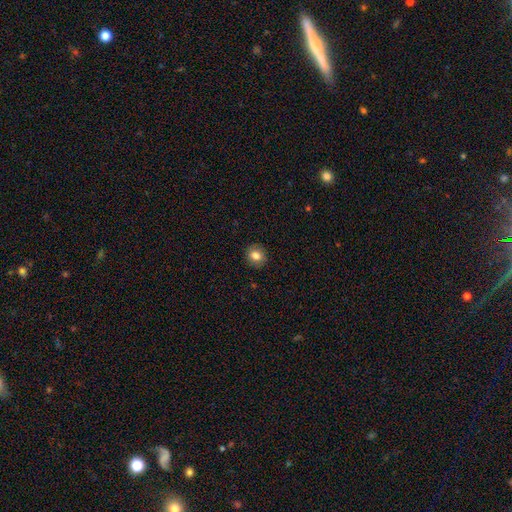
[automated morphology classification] This is clearly a smooth galaxy (81%). How rounded: likely round (79%). Merging: clearly none (90%).